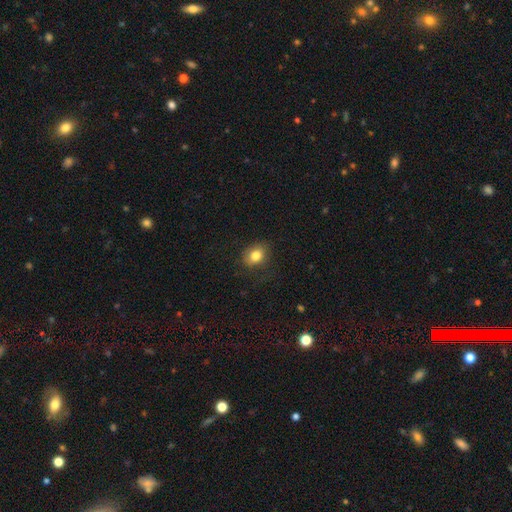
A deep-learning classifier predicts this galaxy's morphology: Smooth or featured? Predicted: smooth (p=0.81). How rounded? Predicted: in between (p=0.57). Merging? Predicted: none (p=0.77).